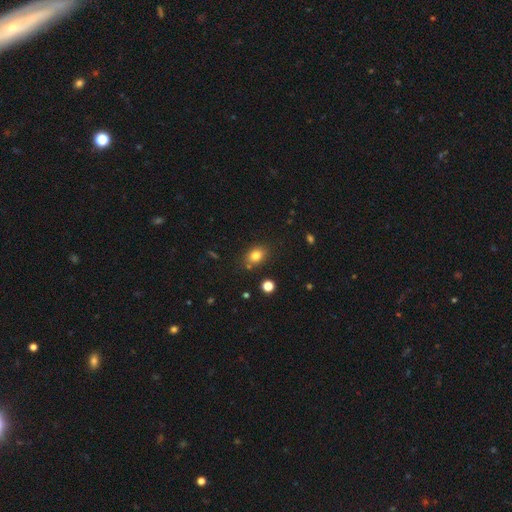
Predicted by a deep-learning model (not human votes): Smooth or featured?
  - smooth: 81% *
  - star or artifact: 12%
  - featured or disk: 7%
How rounded?
  - in between: 59% *
  - round: 40%
  - cigar-shaped: 1%
Merging?
  - none: 78% *
  - minor disturbance: 12%
  - merger: 6%
  - major disturbance: 3%